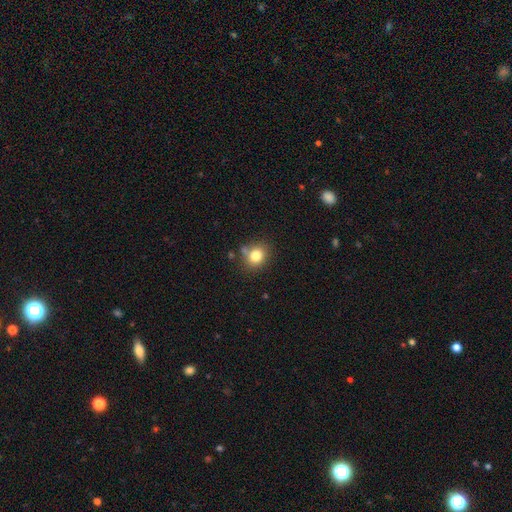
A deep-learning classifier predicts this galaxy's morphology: Smooth or featured?
  - smooth: 81% *
  - star or artifact: 11%
  - featured or disk: 8%
How rounded?
  - round: 69% *
  - in between: 30%
  - cigar-shaped: 1%
Merging?
  - none: 70% *
  - minor disturbance: 17%
  - merger: 8%
  - major disturbance: 5%